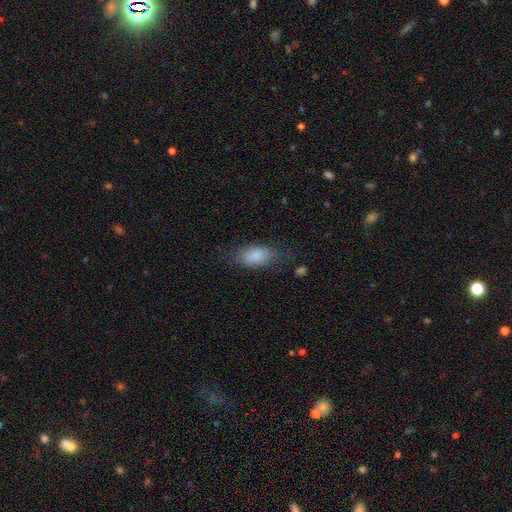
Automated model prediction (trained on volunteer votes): Smooth or featured? Predicted: smooth (p=0.85). How rounded? Predicted: in between (p=0.89). Merging? Predicted: none (p=0.65).